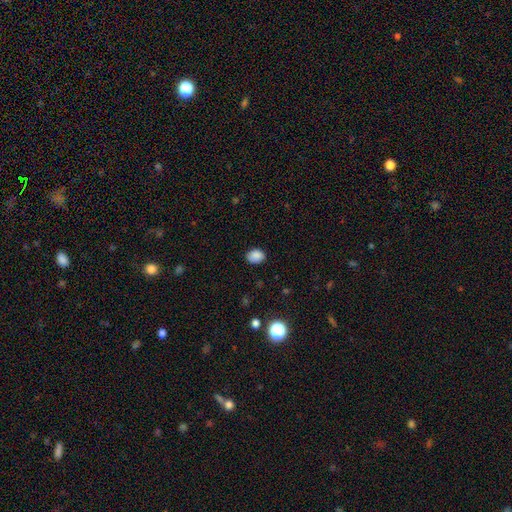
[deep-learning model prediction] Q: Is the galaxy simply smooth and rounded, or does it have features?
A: smooth — 87%.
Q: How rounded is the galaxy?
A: in between — 60%.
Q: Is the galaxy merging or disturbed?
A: none — 86%.